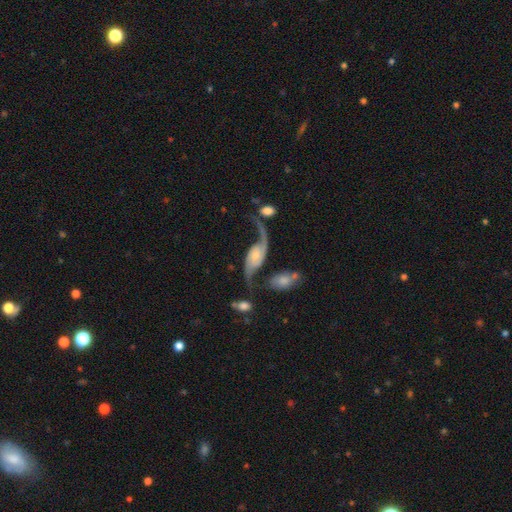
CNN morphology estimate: This appears to be a featured or disk galaxy (88%) with no bar (57%), 2 (92%) loose (82%) spiral arms (96%) and a small central bulge (47%). Merging: none (48%).